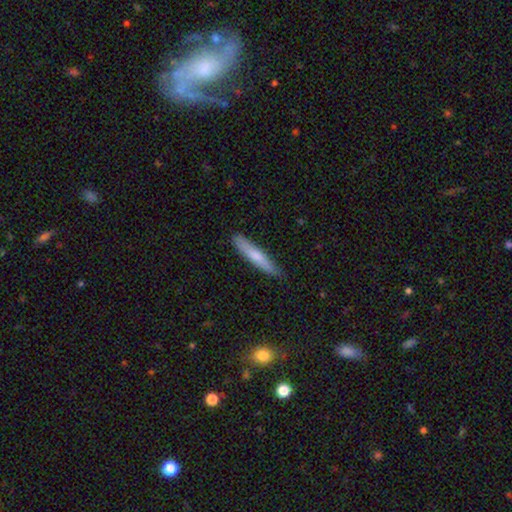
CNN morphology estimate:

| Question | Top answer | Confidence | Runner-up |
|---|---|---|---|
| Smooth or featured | smooth | 69% | featured or disk (25%) |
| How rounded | cigar-shaped | 92% | in between (7%) |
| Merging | none | 85% | minor disturbance (12%) |